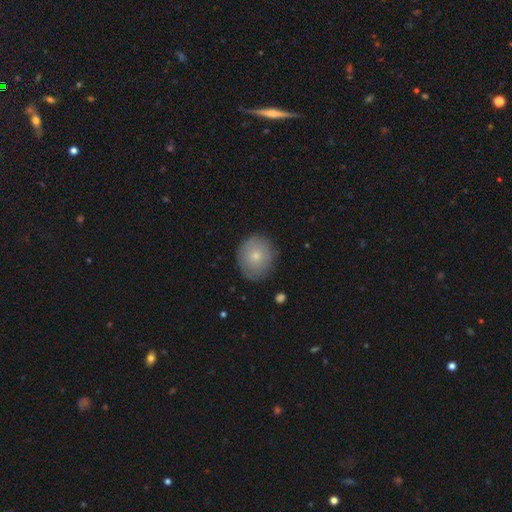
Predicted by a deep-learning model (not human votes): Smooth or featured? smooth (72%)
How rounded? round (73%)
Merging? none (80%)